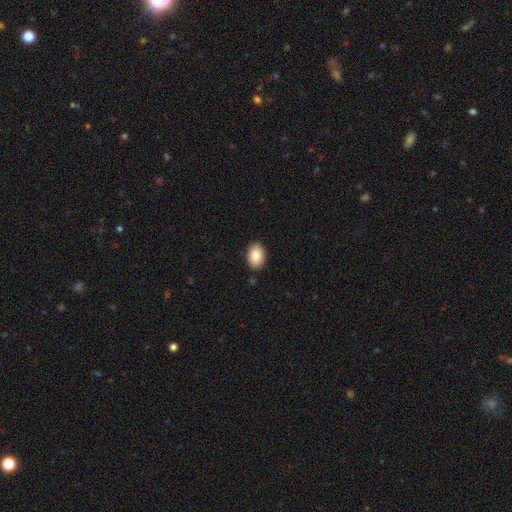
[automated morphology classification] Smooth or featured?
  - smooth: 89% *
  - star or artifact: 7%
  - featured or disk: 5%
How rounded?
  - in between: 85% *
  - round: 14%
  - cigar-shaped: 1%
Merging?
  - none: 87% *
  - minor disturbance: 10%
  - major disturbance: 2%
  - merger: 1%